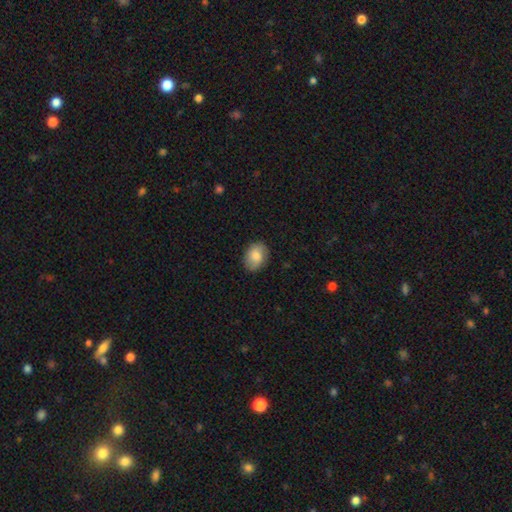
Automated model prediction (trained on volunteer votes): Smooth or featured? Predicted: smooth (p=0.81). How rounded? Predicted: in between (p=0.69). Merging? Predicted: none (p=0.85).